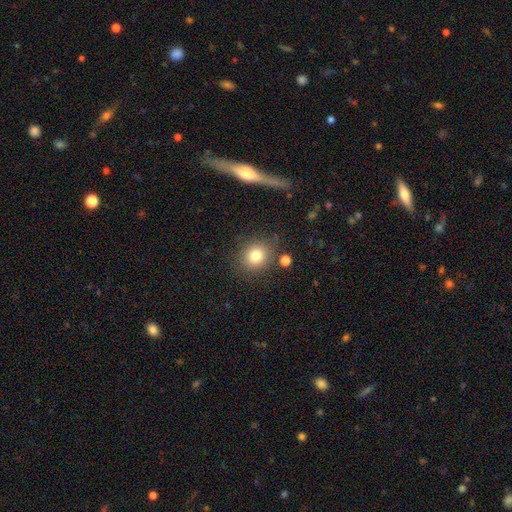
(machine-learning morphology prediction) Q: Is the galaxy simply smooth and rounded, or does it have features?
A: smooth — 80%.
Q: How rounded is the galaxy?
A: round — 81%.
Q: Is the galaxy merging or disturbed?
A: none — 82%.